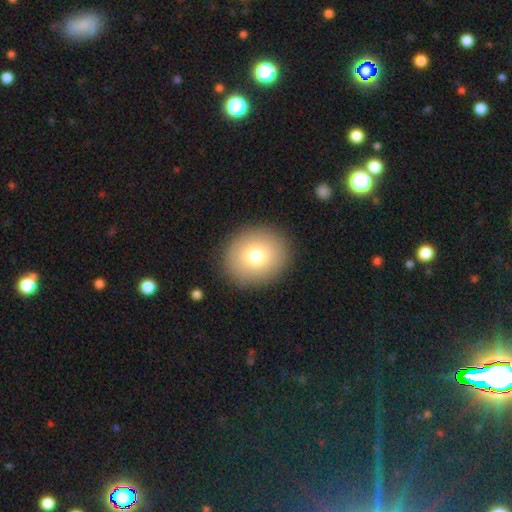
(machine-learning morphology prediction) The model was most divided on "how rounded": round: 75%, in between: 24%, cigar-shaped: 1%. More confident: merging — none (89%); smooth or featured — smooth (76%).